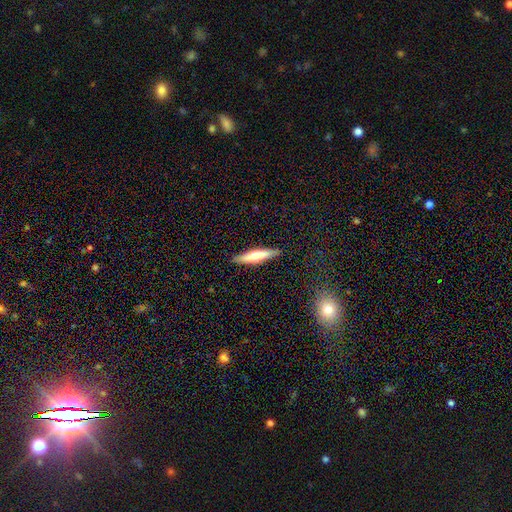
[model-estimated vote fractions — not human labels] Smooth or featured?
  - smooth: 55% *
  - featured or disk: 39%
  - star or artifact: 6%
How rounded?
  - cigar-shaped: 86% *
  - in between: 12%
  - round: 1%
Merging?
  - none: 89% *
  - minor disturbance: 8%
  - major disturbance: 2%
  - merger: 1%